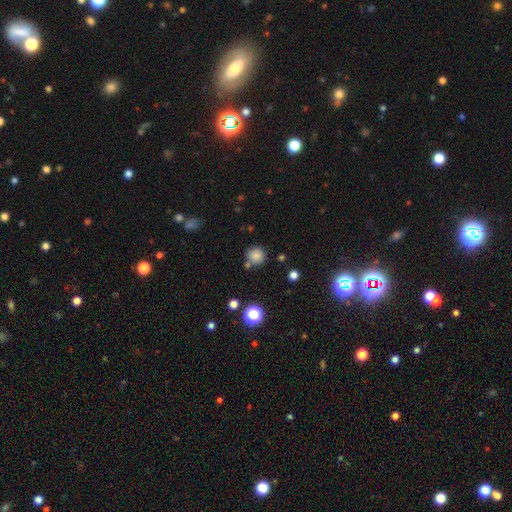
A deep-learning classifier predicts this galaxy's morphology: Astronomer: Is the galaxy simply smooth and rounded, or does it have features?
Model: smooth — 82%.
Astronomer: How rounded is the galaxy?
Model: round — 92%.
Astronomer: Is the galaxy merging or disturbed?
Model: none — 77%.